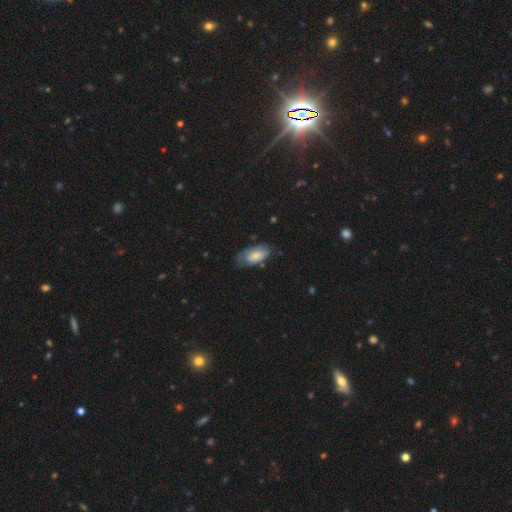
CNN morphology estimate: This is likely a smooth galaxy (65%). How rounded: clearly in between (91%). Merging: possibly none (57%).